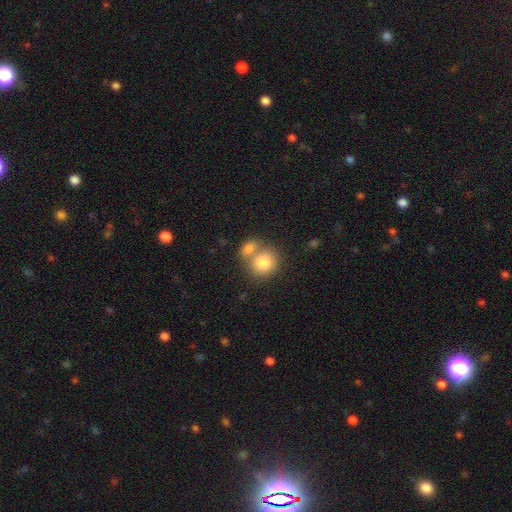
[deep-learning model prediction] smooth 79%, star or artifact 11%, featured or disk 11%. Down the decision tree: how rounded — round (77%); merging — none (45%).